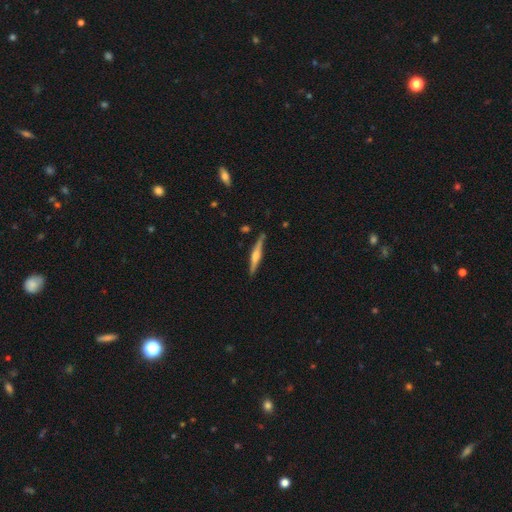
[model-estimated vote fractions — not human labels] A featured or disk galaxy (67%) viewed edge-on (98%) with a rounded central bulge (75%). Merging: none (87%).